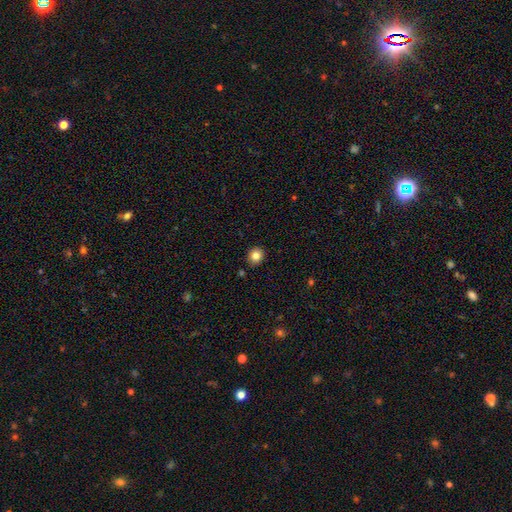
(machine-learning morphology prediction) Smooth or featured?
  - smooth: 83% *
  - star or artifact: 11%
  - featured or disk: 7%
How rounded?
  - round: 78% *
  - in between: 21%
  - cigar-shaped: 1%
Merging?
  - none: 90% *
  - minor disturbance: 7%
  - major disturbance: 2%
  - merger: 2%